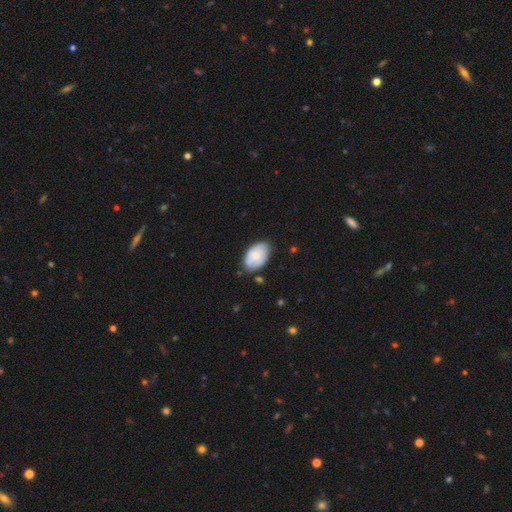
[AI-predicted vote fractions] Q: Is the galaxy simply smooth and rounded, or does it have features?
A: smooth — 69%.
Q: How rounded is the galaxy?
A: in between — 92%.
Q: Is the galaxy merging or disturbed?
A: none — 69%.